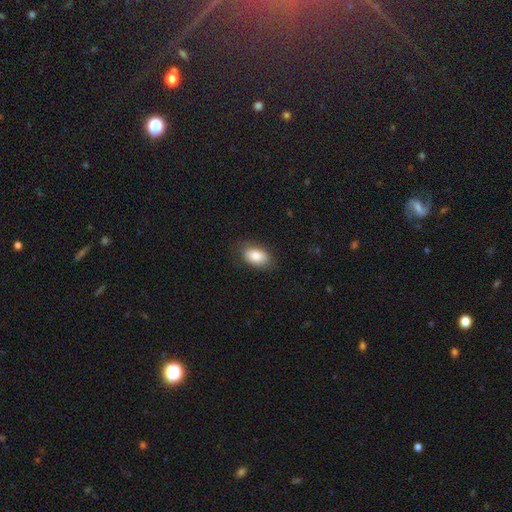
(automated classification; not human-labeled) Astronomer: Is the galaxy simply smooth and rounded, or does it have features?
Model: smooth — 86%.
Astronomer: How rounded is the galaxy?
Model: in between — 91%.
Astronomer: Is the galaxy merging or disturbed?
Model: none — 81%.